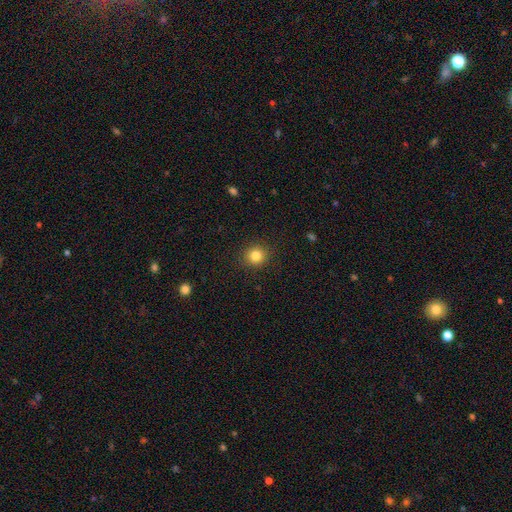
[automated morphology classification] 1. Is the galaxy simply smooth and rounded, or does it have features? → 83% smooth, 12% star or artifact, 6% featured or disk.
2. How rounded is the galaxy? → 89% round, 10% in between, 1% cigar-shaped.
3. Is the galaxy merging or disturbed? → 91% none, 6% minor disturbance, 2% major disturbance, 1% merger.